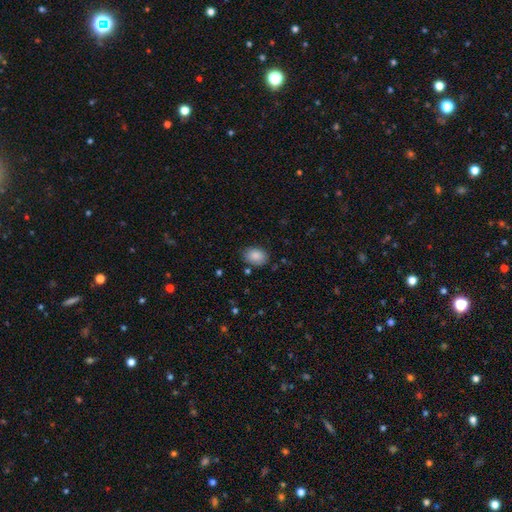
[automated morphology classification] A smooth galaxy with no disk features (86%) that is in between round and cigar-shaped (76%). Merging: none (81%).